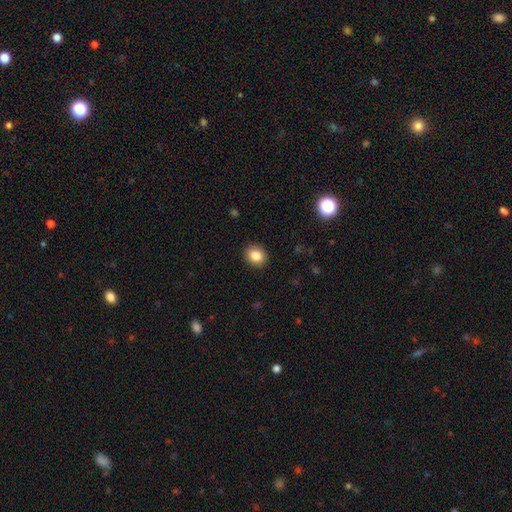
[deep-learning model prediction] Smooth or featured?
  - smooth: 84% *
  - star or artifact: 10%
  - featured or disk: 6%
How rounded?
  - round: 70% *
  - in between: 29%
  - cigar-shaped: 1%
Merging?
  - none: 90% *
  - minor disturbance: 7%
  - major disturbance: 2%
  - merger: 1%